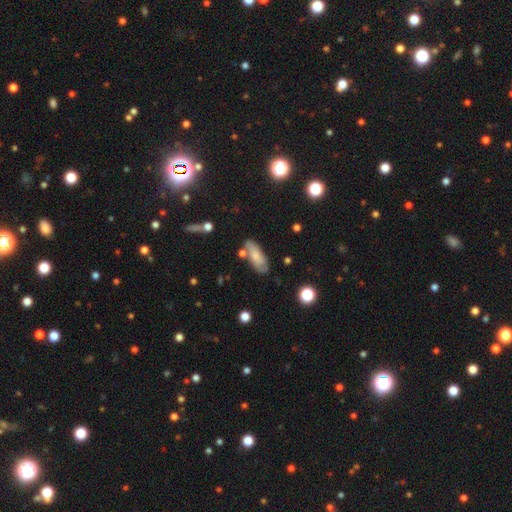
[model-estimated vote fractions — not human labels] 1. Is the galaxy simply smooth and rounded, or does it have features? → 60% smooth, 32% featured or disk, 8% star or artifact.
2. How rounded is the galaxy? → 76% in between, 21% cigar-shaped, 3% round.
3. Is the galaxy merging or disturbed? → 64% none, 20% minor disturbance, 10% merger, 6% major disturbance.